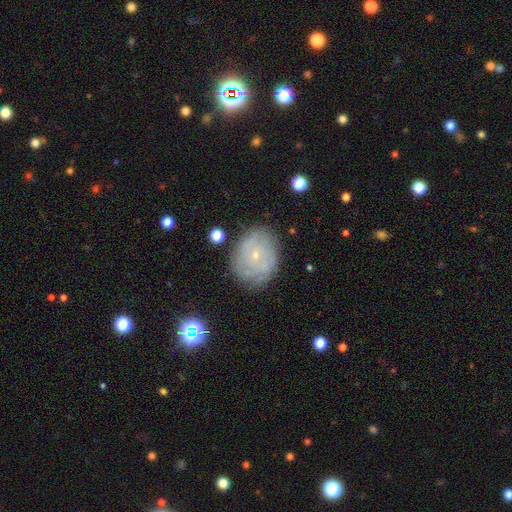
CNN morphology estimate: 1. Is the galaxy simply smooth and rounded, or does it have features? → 61% featured or disk, 30% smooth, 10% star or artifact.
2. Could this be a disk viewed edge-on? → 96% no, 4% yes.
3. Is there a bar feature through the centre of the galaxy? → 83% no, 15% weak, 3% strong.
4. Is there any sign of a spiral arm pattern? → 74% yes, 26% no.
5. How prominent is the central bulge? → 85% small, 11% moderate, 2% none, 1% large, 1% dominant.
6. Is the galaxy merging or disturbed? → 77% none, 16% minor disturbance, 5% major disturbance, 2% merger.